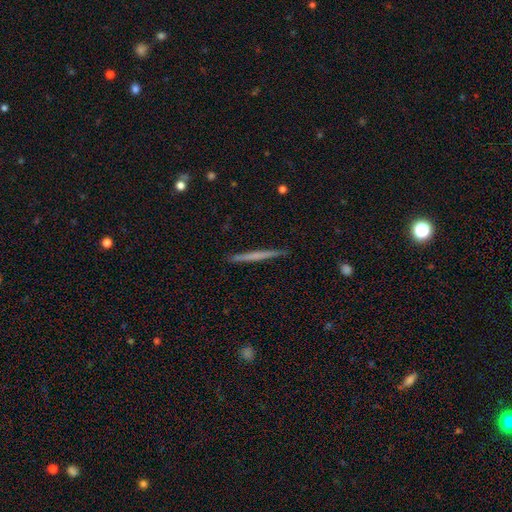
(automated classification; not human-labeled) The model was most divided on "smooth or featured" (2-way tie): featured or disk: 47%, smooth: 47%, star or artifact: 6%. More confident: merging — none (92%).